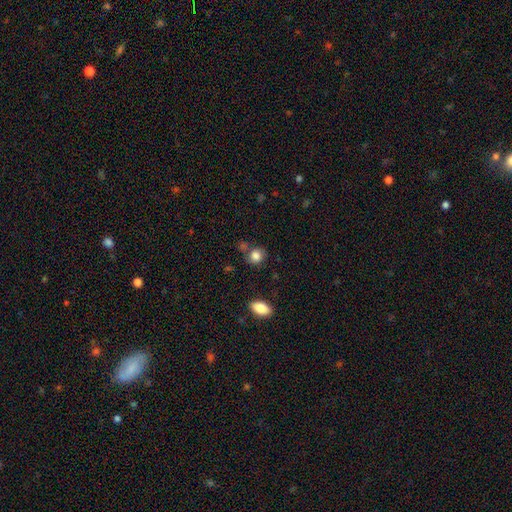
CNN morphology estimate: Smooth or featured? smooth (83%)
How rounded? round (73%)
Merging? none (63%)